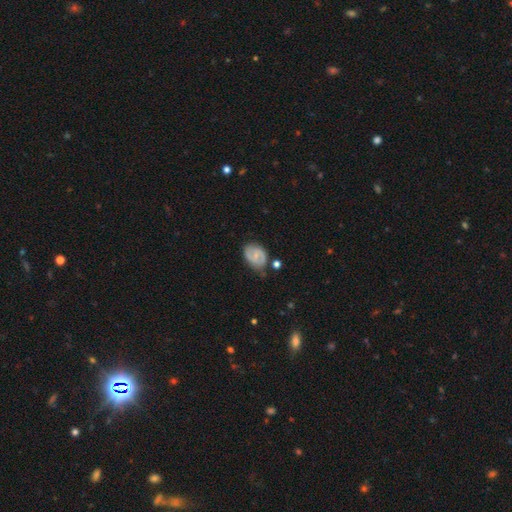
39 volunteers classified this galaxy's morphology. Q: Smooth or featured?
A: featured or disk (59%); runner-up: smooth (38%)
Q: Edge-on disk?
A: no (87%); runner-up: yes (13%)
Q: Bar?
A: no (50%); runner-up: weak (35%)
Q: Spiral arms?
A: yes (55%); runner-up: no (45%)
Q: Spiral winding?
A: medium (73%); runner-up: tight (18%)
Q: Spiral arm count?
A: 2 (64%); runner-up: can't tell (36%)
Q: Bulge size?
A: small (60%); runner-up: moderate (40%)
Q: Merging?
A: none (63%); runner-up: minor disturbance (24%)